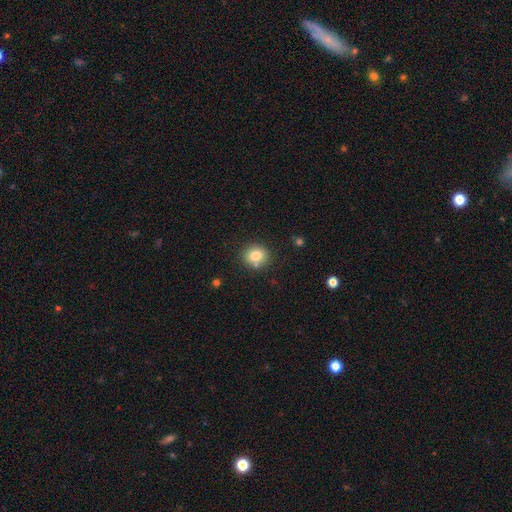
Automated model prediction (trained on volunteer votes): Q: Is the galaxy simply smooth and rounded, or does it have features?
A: smooth — 80%.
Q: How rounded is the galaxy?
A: round — 84%.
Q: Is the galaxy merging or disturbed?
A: none — 80%.